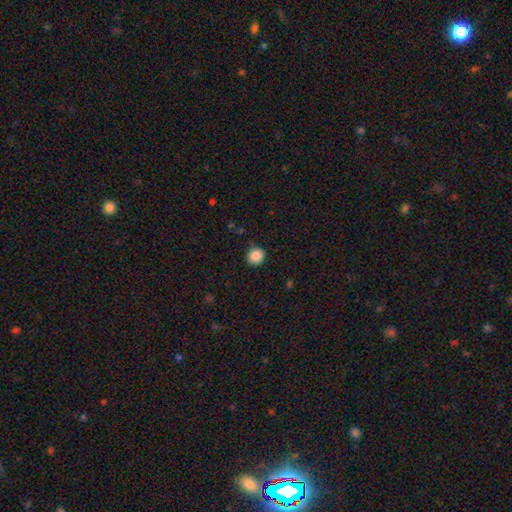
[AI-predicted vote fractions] smooth_or_featured: smooth (p=0.87) [alt: star or artifact p=0.09]
how_rounded: round (p=0.87) [alt: in between p=0.12]
merging: none (p=0.85) [alt: minor disturbance p=0.12]